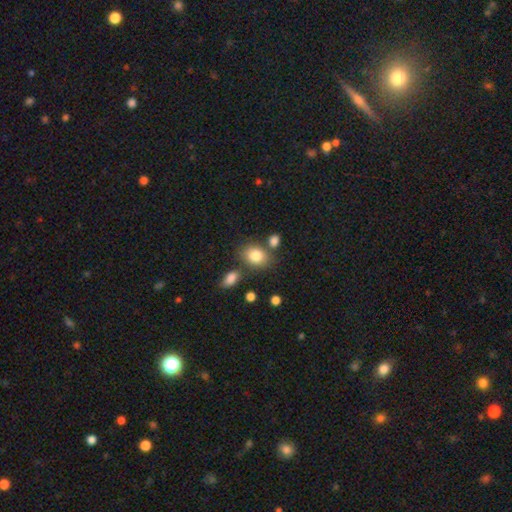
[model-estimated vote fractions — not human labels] Morphology: type=smooth (82%); roundness=in between (61%); merging=none (67%).